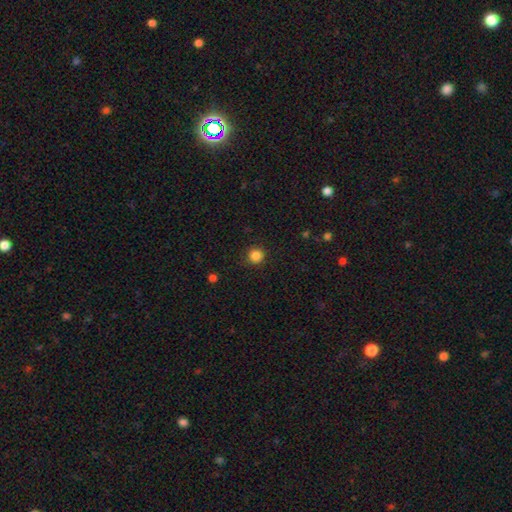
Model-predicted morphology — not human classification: Overall: smooth (86%). How rounded: round (95%). Merging: none (90%).